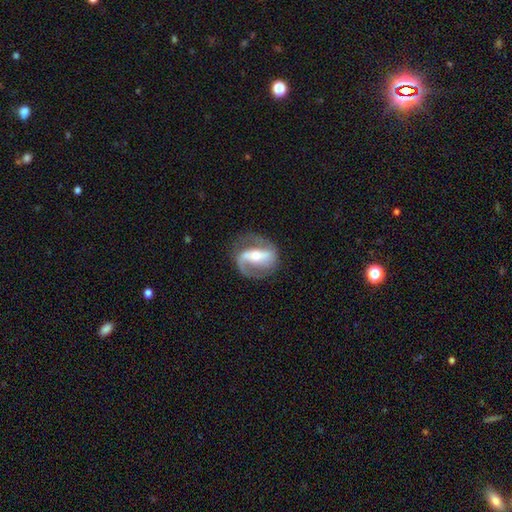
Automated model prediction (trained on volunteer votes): A featured or disk galaxy (85%) with a strong bar (58%), 2 (83%) medium (49%) spiral arms (92%) and a moderate central bulge (60%). Merging: none (75%).